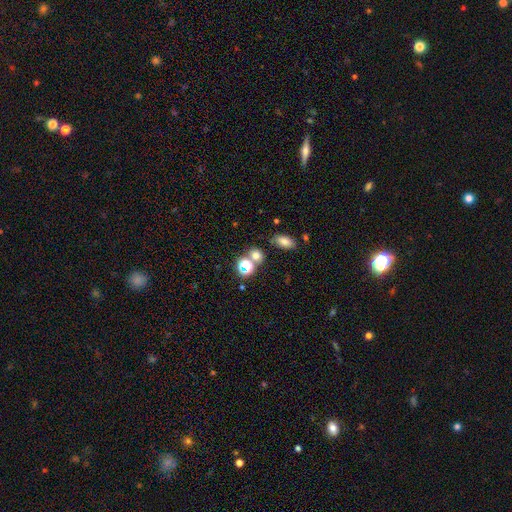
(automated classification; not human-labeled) This is likely a smooth galaxy (64%). How rounded: likely round (72%). Merging: likely none (62%).